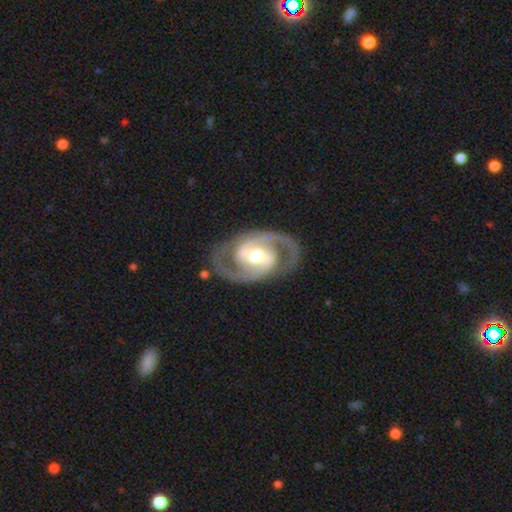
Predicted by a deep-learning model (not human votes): smooth_or_featured: featured or disk (p=0.91) [alt: smooth p=0.06]
disk_edge_on: no (p=0.97) [alt: yes p=0.03]
bar: weak (p=0.40) [alt: strong p=0.35]
has_spiral_arms: yes (p=0.96) [alt: no p=0.04]
spiral_winding: medium (p=0.52) [alt: tight p=0.38]
spiral_arm_count: 2 (p=0.93) [alt: can't tell p=0.02]
bulge_size: moderate (p=0.69) [alt: large p=0.16]
merging: none (p=0.85) [alt: minor disturbance p=0.10]